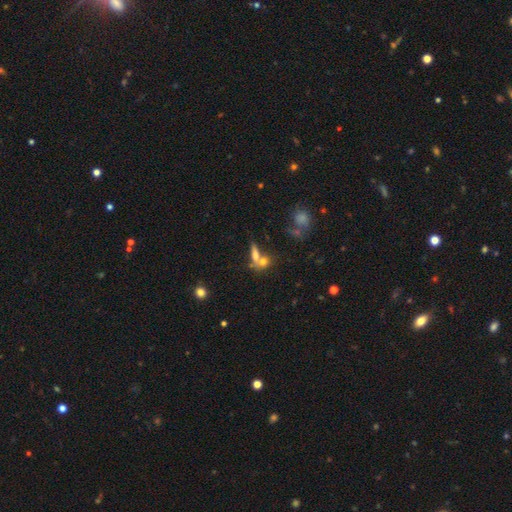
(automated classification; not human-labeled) A smooth galaxy with no disk features (60%) that is in between round and cigar-shaped (46%). Merging: merger (43%).